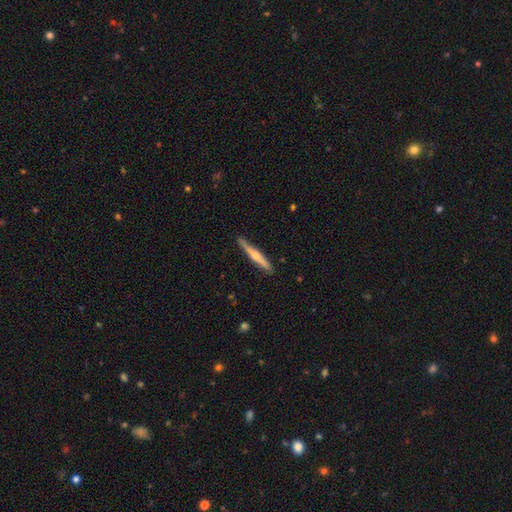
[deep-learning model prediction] featured or disk 56%, smooth 38%, star or artifact 5%. Down the decision tree: edge-on disk — yes (97%); edge-on bulge — rounded (76%); merging — none (87%).